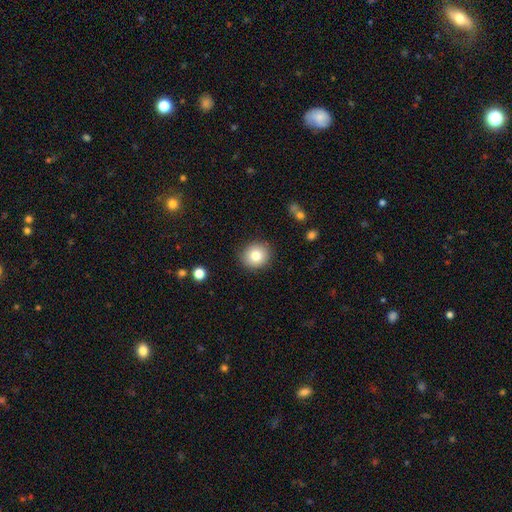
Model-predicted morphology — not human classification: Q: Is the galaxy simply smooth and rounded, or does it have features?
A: smooth — 81%.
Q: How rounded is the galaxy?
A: round — 85%.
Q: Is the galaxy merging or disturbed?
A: none — 89%.